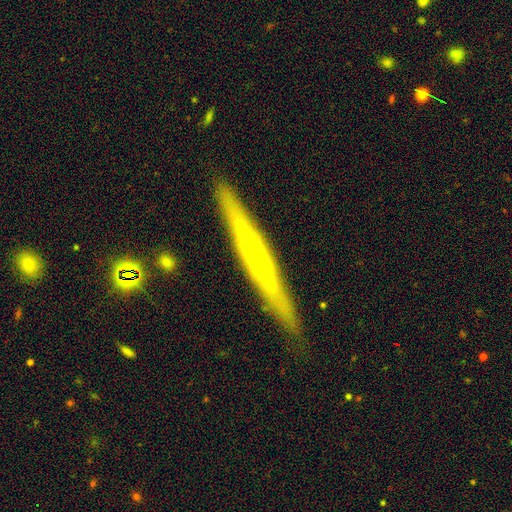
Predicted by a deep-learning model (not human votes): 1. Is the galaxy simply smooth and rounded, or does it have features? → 70% featured or disk, 24% smooth, 6% star or artifact.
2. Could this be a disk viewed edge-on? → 92% yes, 8% no.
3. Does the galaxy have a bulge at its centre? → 60% rounded, 36% none, 4% boxy.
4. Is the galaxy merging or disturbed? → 87% none, 9% minor disturbance, 2% major disturbance, 2% merger.